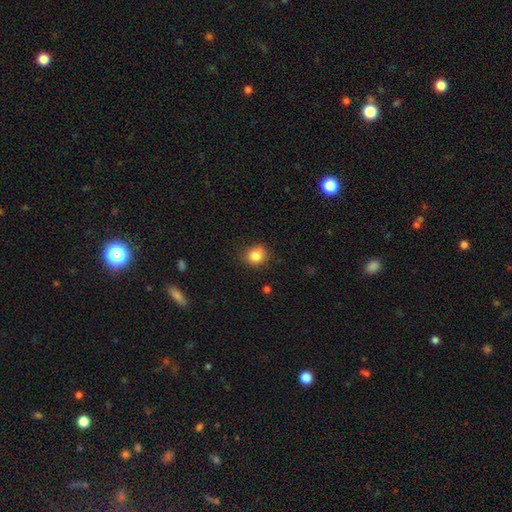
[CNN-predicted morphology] Smooth or featured? smooth (83%)
How rounded? round (80%)
Merging? none (79%)